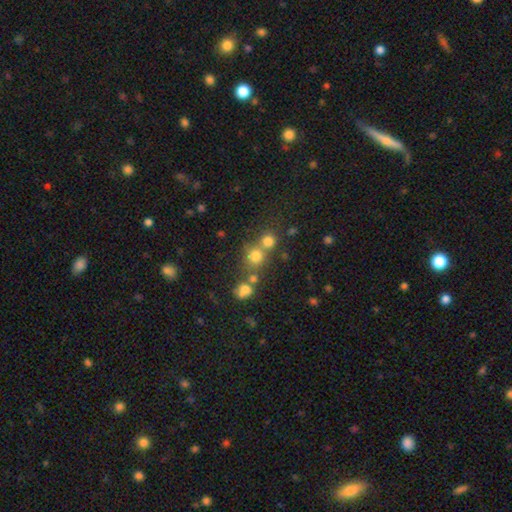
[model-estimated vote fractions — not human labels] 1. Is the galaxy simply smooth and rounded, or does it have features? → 72% smooth, 18% star or artifact, 10% featured or disk.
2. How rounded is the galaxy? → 86% round, 13% in between, 1% cigar-shaped.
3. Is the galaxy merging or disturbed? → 51% none, 36% merger, 8% minor disturbance, 4% major disturbance.